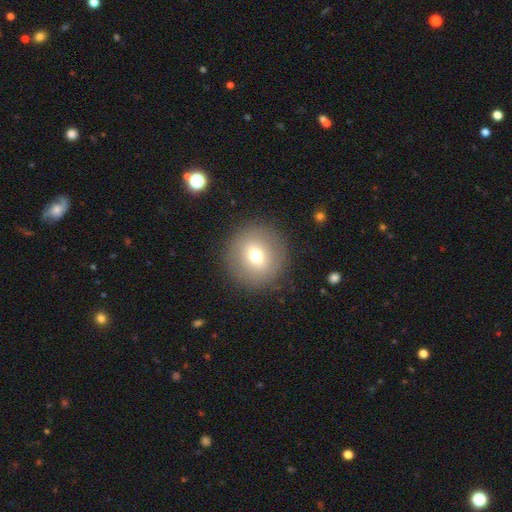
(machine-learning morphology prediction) type=smooth (68%); roundness=round (95%); merging=none (89%).